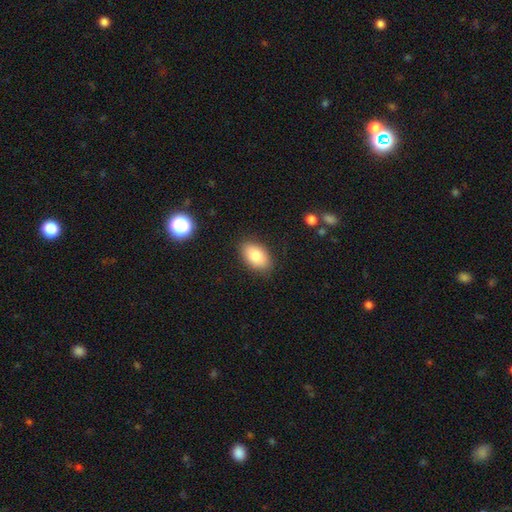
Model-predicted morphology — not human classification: This appears to be a smooth galaxy with no disk features (83%) that is in between round and cigar-shaped (90%). Merging: none (86%).